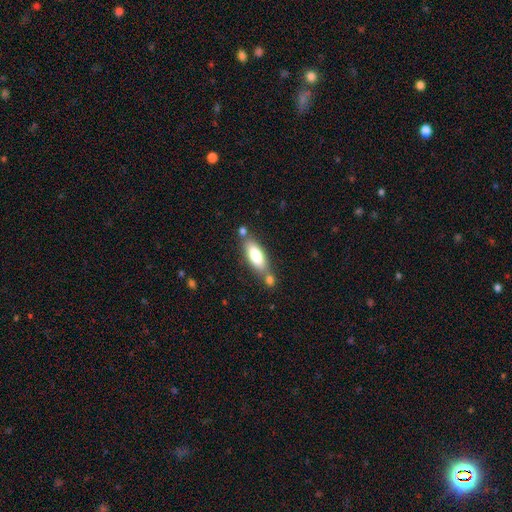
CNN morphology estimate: This is likely a smooth galaxy (76%). How rounded: likely in between (68%). Merging: likely none (60%).